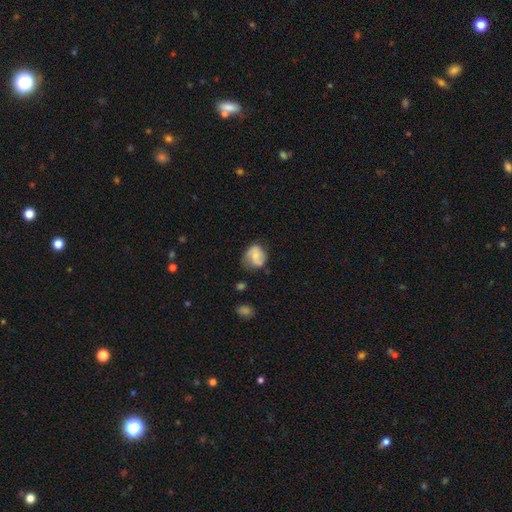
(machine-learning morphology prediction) A featured or disk galaxy (46%, tied with smooth).

Vote fractions:
- Smooth or featured? featured or disk: 46% (tied) / smooth: 46% (tied) / star or artifact: 8%
- Merging? none: 54% / minor disturbance: 31% / major disturbance: 12% / merger: 3%